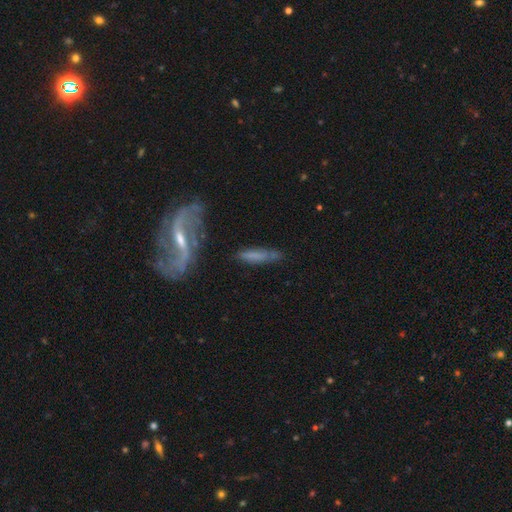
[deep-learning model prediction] Smooth or featured? Predicted: featured or disk (p=0.47). Merging? Predicted: none (p=0.62).